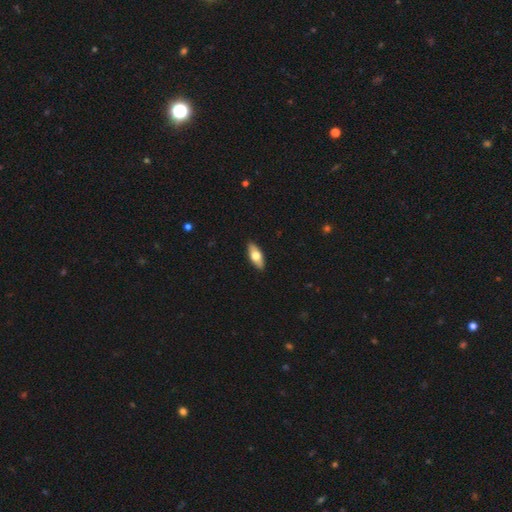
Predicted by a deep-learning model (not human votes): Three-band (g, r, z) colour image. It shows a smooth galaxy with no disk features (63%) that is in between round and cigar-shaped (76%). Merging: none (90%).